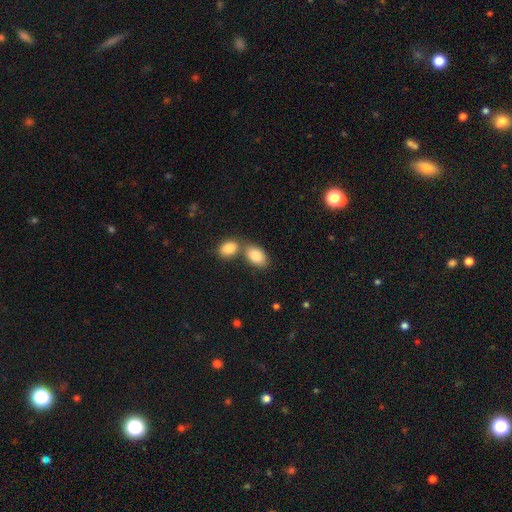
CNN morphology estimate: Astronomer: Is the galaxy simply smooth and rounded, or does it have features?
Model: smooth — 83%.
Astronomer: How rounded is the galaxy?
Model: in between — 90%.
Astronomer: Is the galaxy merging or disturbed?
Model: none — 46% (runner-up: merger, 42%).